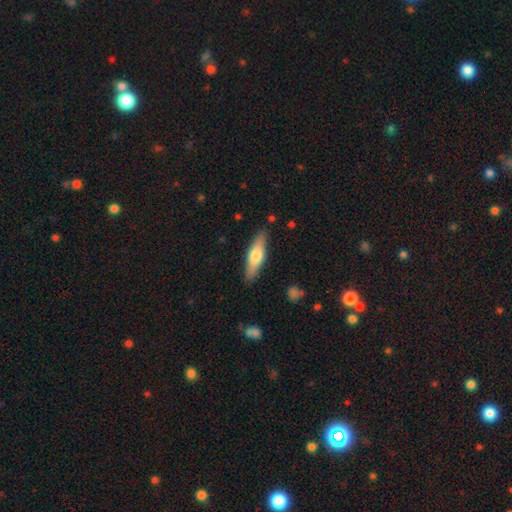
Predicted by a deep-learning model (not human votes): smooth_or_featured: smooth (p=0.60) [alt: featured or disk p=0.35]
how_rounded: cigar-shaped (p=0.60) [alt: in between p=0.38]
merging: none (p=0.86) [alt: minor disturbance p=0.10]